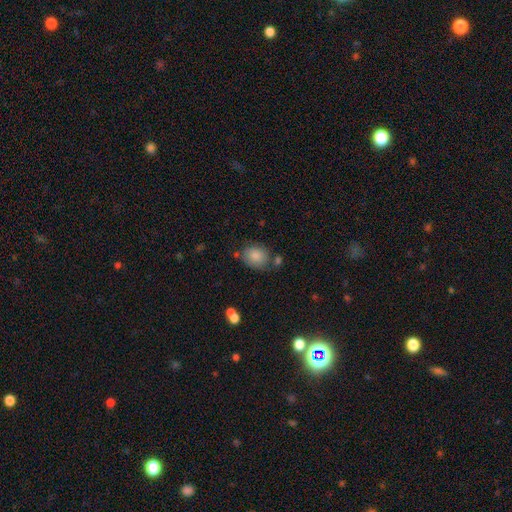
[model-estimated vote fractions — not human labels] A smooth galaxy with no disk features (84%) that is in between round and cigar-shaped (53%). Merging: none (66%).